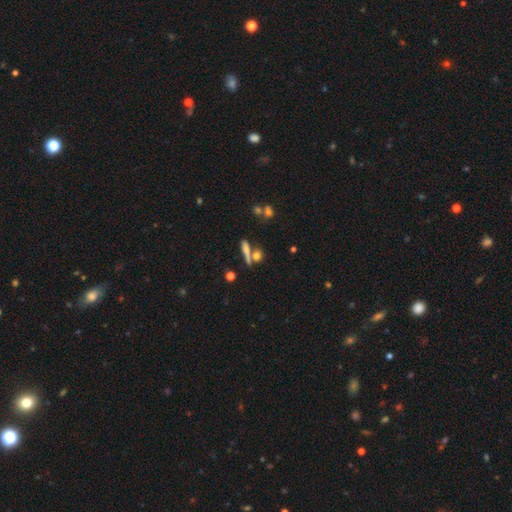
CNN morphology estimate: Smooth or featured: smooth — 66% (featured or disk — 19%)
How rounded: cigar-shaped — 39% (round — 31%)
Merging: none — 57% (merger — 29%)